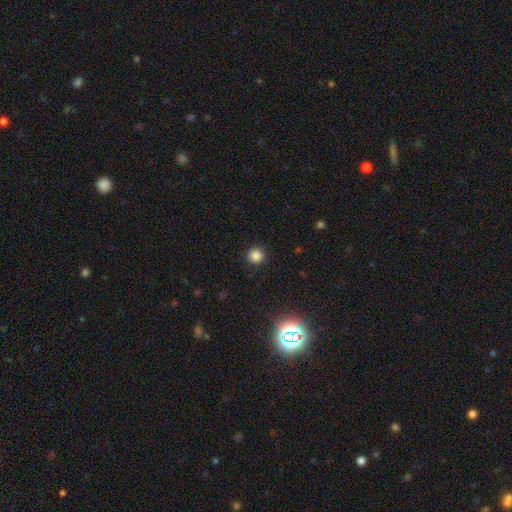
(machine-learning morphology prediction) A smooth galaxy with no disk features (84%) that is round (94%).

Vote fractions:
- Smooth or featured? smooth: 84% / star or artifact: 12% / featured or disk: 4%
- How rounded? round: 94% / in between: 5% / cigar-shaped: 1%
- Merging? none: 92% / minor disturbance: 5% / major disturbance: 2% / merger: 1%